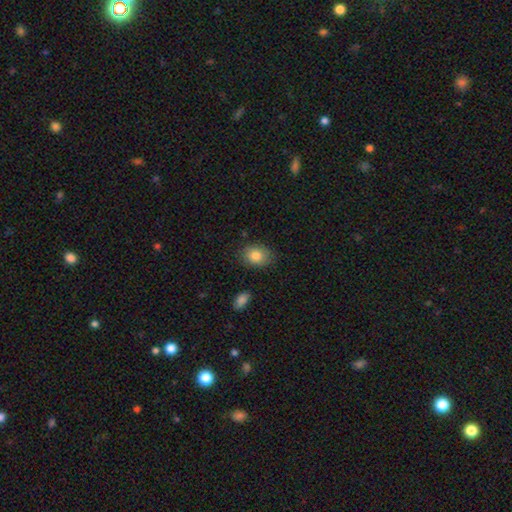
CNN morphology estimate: Smooth or featured: smooth — 83% (featured or disk — 9%)
How rounded: in between — 59% (round — 40%)
Merging: none — 82% (minor disturbance — 13%)